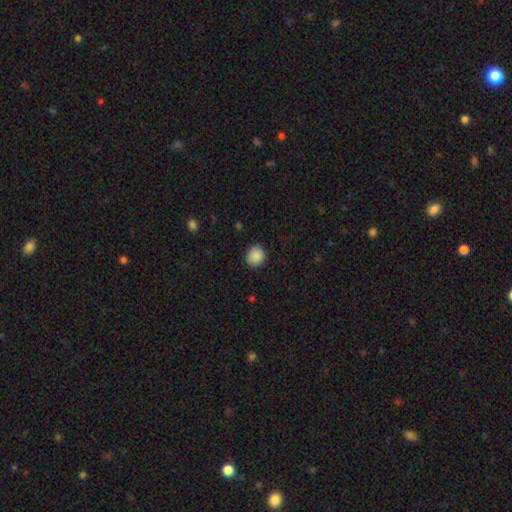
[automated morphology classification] smooth_or_featured: smooth (p=0.89) [alt: star or artifact p=0.08]
how_rounded: round (p=0.81) [alt: in between p=0.18]
merging: none (p=0.88) [alt: minor disturbance p=0.09]